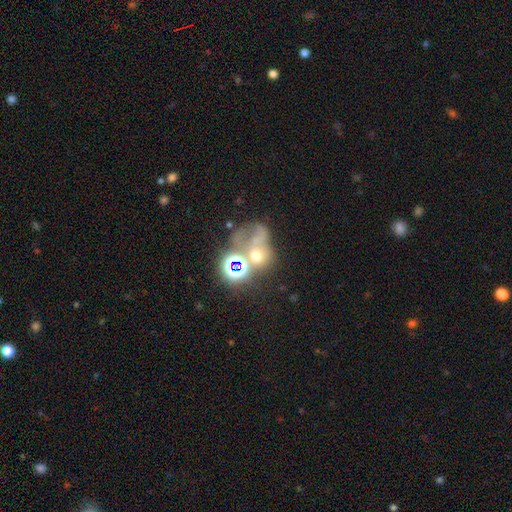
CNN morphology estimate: Overall: smooth (42%; star or artifact 36%). Merging: merger (42%; none 25%).